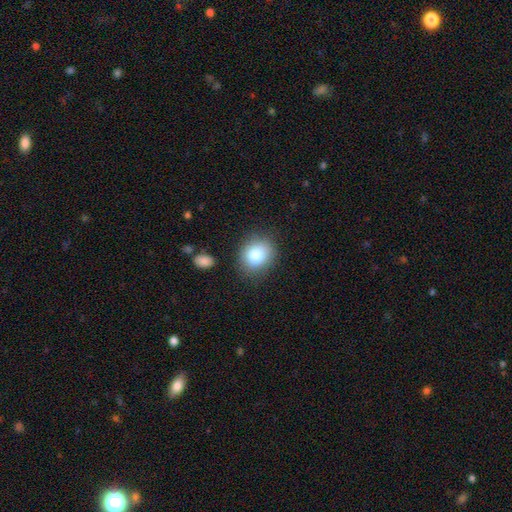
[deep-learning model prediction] Smooth or featured?
  - smooth: 82% *
  - star or artifact: 9%
  - featured or disk: 9%
How rounded?
  - round: 59% *
  - in between: 40%
  - cigar-shaped: 1%
Merging?
  - none: 80% *
  - minor disturbance: 13%
  - major disturbance: 4%
  - merger: 3%